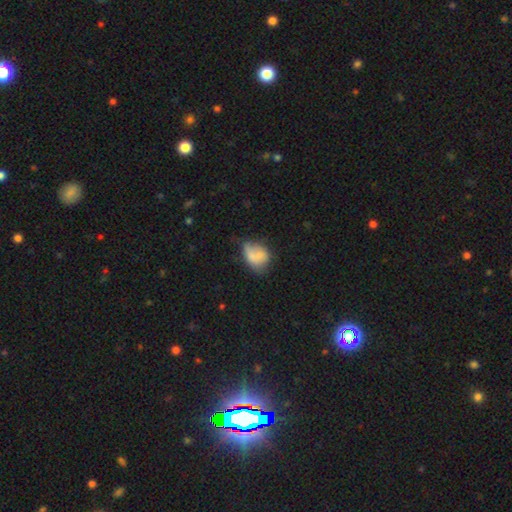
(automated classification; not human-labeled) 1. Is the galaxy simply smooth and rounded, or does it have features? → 69% smooth, 21% featured or disk, 9% star or artifact.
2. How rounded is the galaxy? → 67% in between, 31% round, 2% cigar-shaped.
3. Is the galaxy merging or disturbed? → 37% minor disturbance, 35% none, 19% major disturbance, 8% merger.